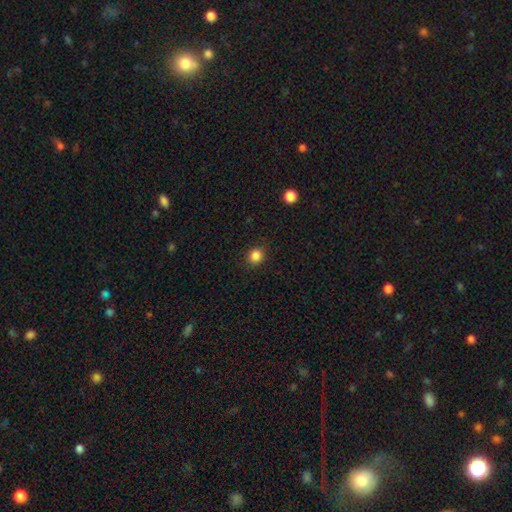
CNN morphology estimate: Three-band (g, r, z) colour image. It shows a smooth galaxy with no disk features (85%) that is round (80%). Merging: none (90%).